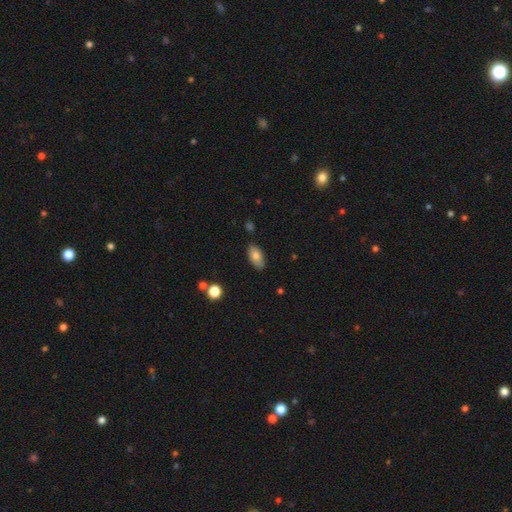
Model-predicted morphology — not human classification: Smooth or featured?
  - smooth: 79% *
  - featured or disk: 13%
  - star or artifact: 7%
How rounded?
  - in between: 92% *
  - cigar-shaped: 4%
  - round: 4%
Merging?
  - none: 83% *
  - minor disturbance: 13%
  - major disturbance: 2%
  - merger: 2%